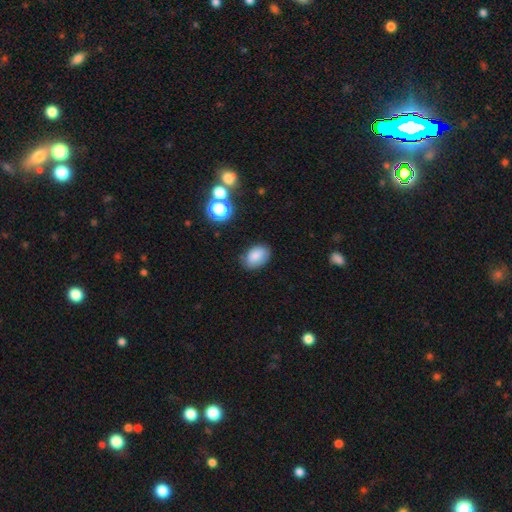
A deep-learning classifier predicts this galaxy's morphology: Smooth or featured? smooth (83%)
How rounded? in between (85%)
Merging? none (78%)